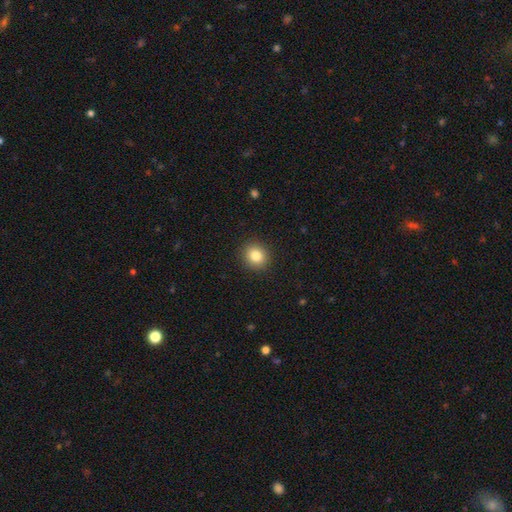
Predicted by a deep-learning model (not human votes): Smooth or featured? smooth (83%)
How rounded? round (83%)
Merging? none (91%)